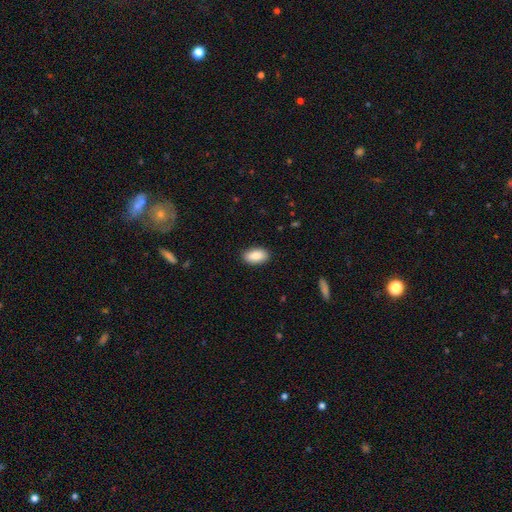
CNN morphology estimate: This appears to be a smooth galaxy with no disk features (87%) that is in between round and cigar-shaped (93%). Merging: none (89%).